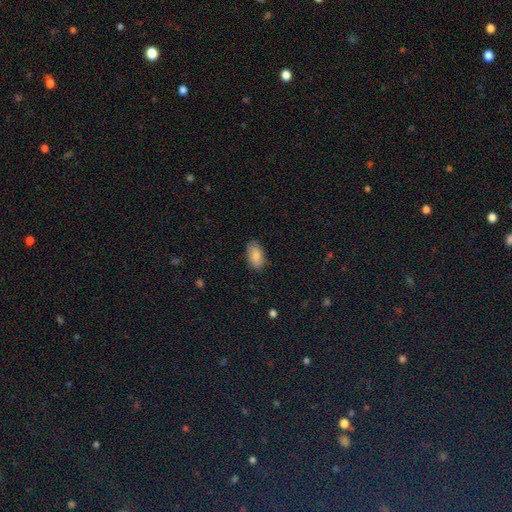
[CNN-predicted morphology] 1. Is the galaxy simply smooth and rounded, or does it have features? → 87% smooth, 7% featured or disk, 6% star or artifact.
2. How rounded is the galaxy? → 94% in between, 4% round, 2% cigar-shaped.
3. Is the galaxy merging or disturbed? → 84% none, 13% minor disturbance, 3% major disturbance, 1% merger.